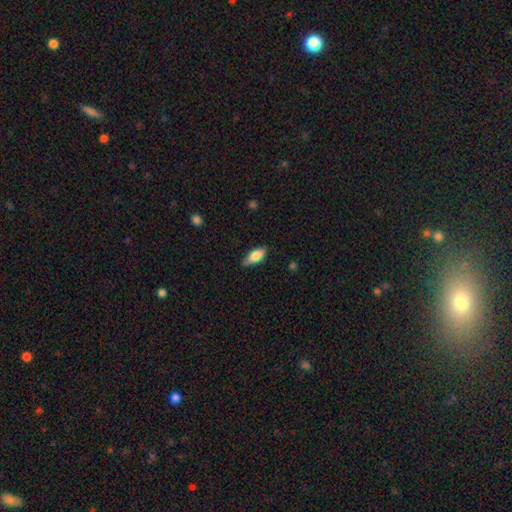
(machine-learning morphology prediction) Smooth or featured? Predicted: smooth (p=0.77). How rounded? Predicted: in between (p=0.81). Merging? Predicted: none (p=0.78).